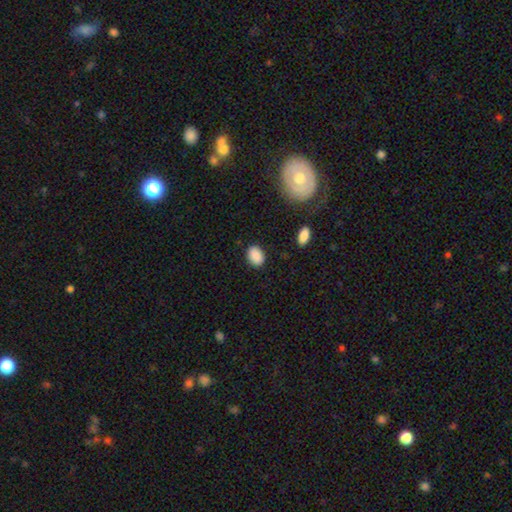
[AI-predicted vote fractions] The model was most divided on "how rounded": in between: 74%, round: 24%, cigar-shaped: 1%. More confident: smooth or featured — smooth (89%); merging — none (86%).